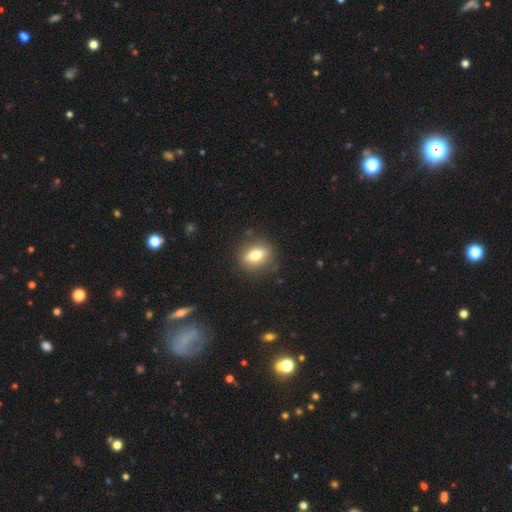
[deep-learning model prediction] Smooth or featured?
  - smooth: 64% *
  - featured or disk: 28%
  - star or artifact: 8%
How rounded?
  - in between: 62% *
  - round: 25%
  - cigar-shaped: 13%
Merging?
  - none: 86% *
  - minor disturbance: 10%
  - major disturbance: 3%
  - merger: 1%